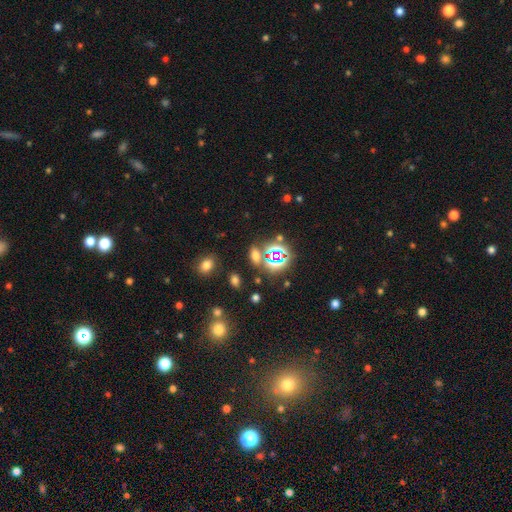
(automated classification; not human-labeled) Overall: star or artifact (48%; smooth 42%).